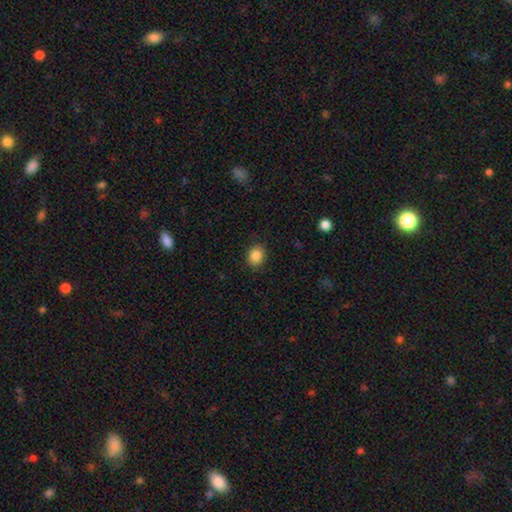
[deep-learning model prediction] Smooth or featured? smooth (87%)
How rounded? round (57%)
Merging? none (87%)